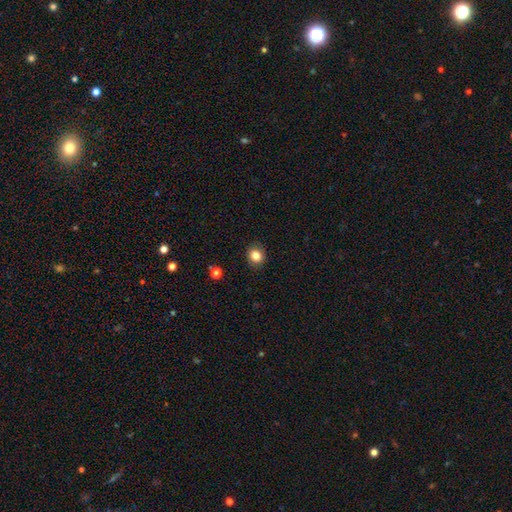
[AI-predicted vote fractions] Q: Smooth or featured?
A: smooth (84%); runner-up: star or artifact (11%)
Q: How rounded?
A: round (80%); runner-up: in between (19%)
Q: Merging?
A: none (89%); runner-up: minor disturbance (8%)